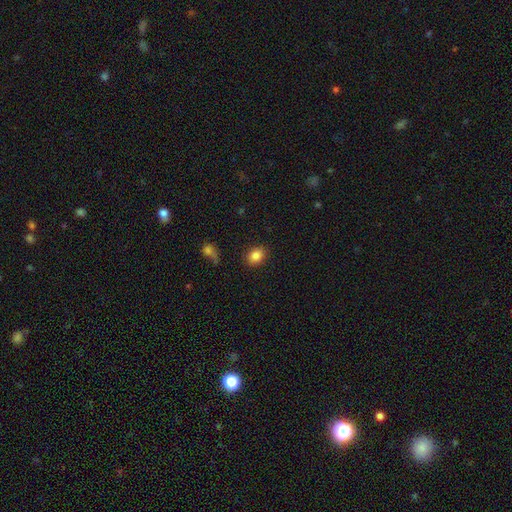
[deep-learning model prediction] Smooth or featured: smooth — 85% (star or artifact — 9%)
How rounded: in between — 61% (round — 38%)
Merging: none — 86% (minor disturbance — 9%)